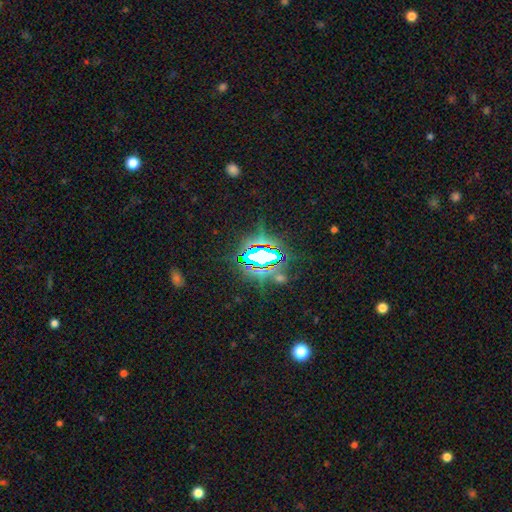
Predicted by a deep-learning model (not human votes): Q: Smooth or featured?
A: star or artifact (77%); runner-up: smooth (12%)